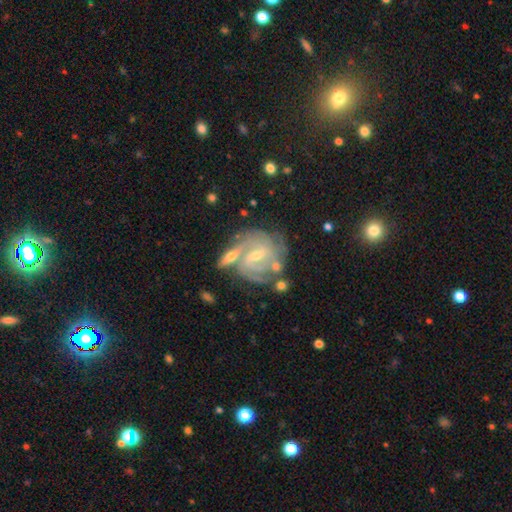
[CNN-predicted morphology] Smooth or featured? featured or disk (88%)
Edge-on disk? no (97%)
Bar? weak (51%)
Spiral arms? yes (97%)
Spiral winding? tight (66%)
Spiral arm count? 3 (33%)
Bulge size? small (59%)
Merging? none (56%)